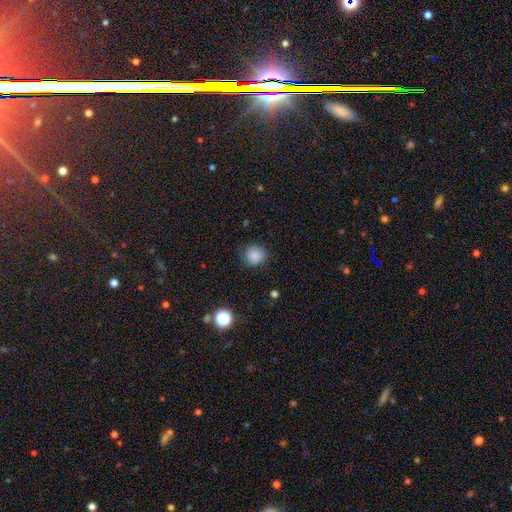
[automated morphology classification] A smooth galaxy with no disk features (80%) that is round (87%).

Vote fractions:
- Smooth or featured? smooth: 80% / star or artifact: 12% / featured or disk: 8%
- How rounded? round: 87% / in between: 12% / cigar-shaped: 1%
- Merging? none: 77% / minor disturbance: 18% / major disturbance: 5% / merger: 1%